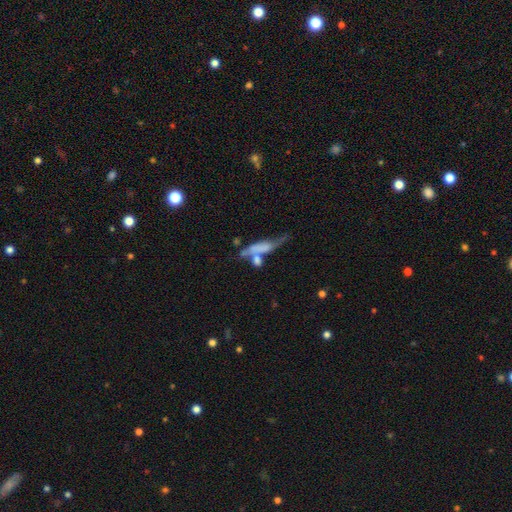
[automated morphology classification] Q: Smooth or featured?
A: smooth (55%); runner-up: featured or disk (35%)
Q: How rounded?
A: cigar-shaped (52%); runner-up: in between (40%)
Q: Merging?
A: merger (40%); runner-up: none (27%)